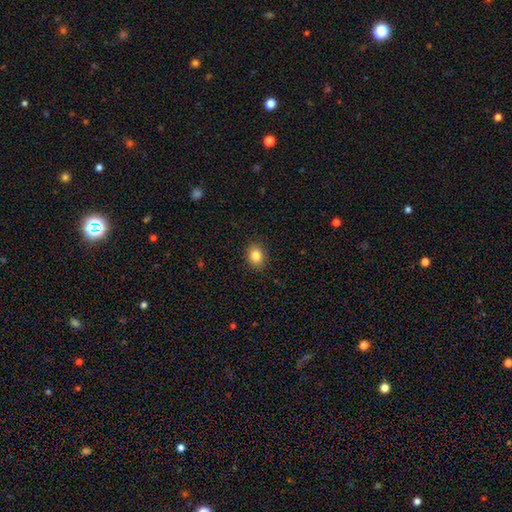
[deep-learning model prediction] A smooth galaxy with no disk features (85%) that is in between round and cigar-shaped (53%).

Vote fractions:
- Smooth or featured? smooth: 85% / star or artifact: 10% / featured or disk: 6%
- How rounded? in between: 53% / round: 46% / cigar-shaped: 1%
- Merging? none: 89% / minor disturbance: 8% / major disturbance: 2% / merger: 1%